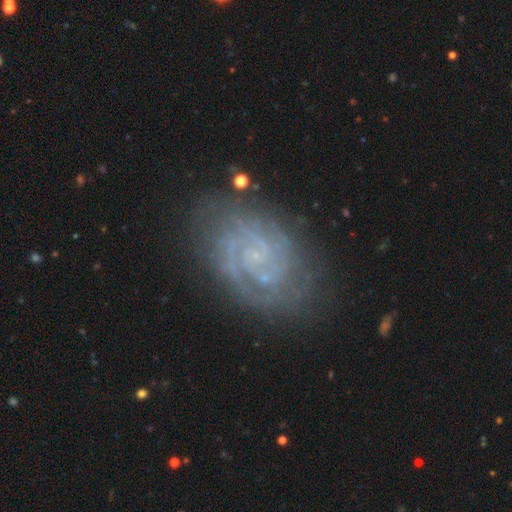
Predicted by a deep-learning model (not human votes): Q: Smooth or featured?
A: featured or disk (83%); runner-up: smooth (9%)
Q: Edge-on disk?
A: no (97%); runner-up: yes (3%)
Q: Bar?
A: no (62%); runner-up: weak (31%)
Q: Spiral arms?
A: yes (96%); runner-up: no (4%)
Q: Spiral winding?
A: tight (61%); runner-up: medium (32%)
Q: Spiral arm count?
A: 2 (47%); runner-up: can't tell (23%)
Q: Bulge size?
A: small (58%); runner-up: none (33%)
Q: Merging?
A: none (75%); runner-up: minor disturbance (16%)